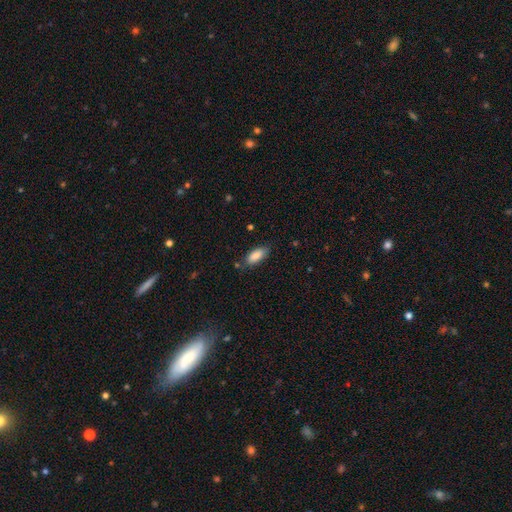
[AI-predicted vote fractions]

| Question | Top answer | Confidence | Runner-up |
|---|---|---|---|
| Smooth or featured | smooth | 87% | star or artifact (7%) |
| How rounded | in between | 83% | cigar-shaped (15%) |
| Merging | none | 77% | minor disturbance (17%) |